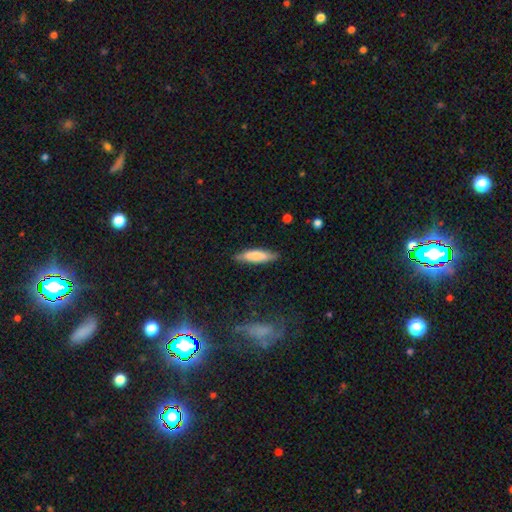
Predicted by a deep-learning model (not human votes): Morphology: type=smooth (75%); roundness=cigar-shaped (69%); merging=none (82%).